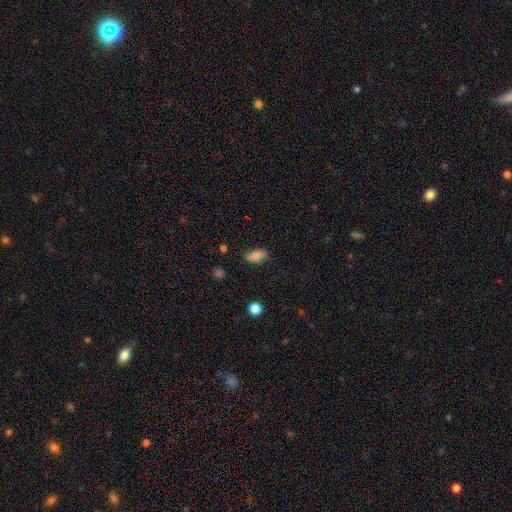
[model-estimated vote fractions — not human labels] A smooth galaxy with no disk features (78%) that is in between round and cigar-shaped (88%).

Vote fractions:
- Smooth or featured? smooth: 78% / featured or disk: 14% / star or artifact: 9%
- How rounded? in between: 88% / cigar-shaped: 8% / round: 4%
- Merging? none: 83% / minor disturbance: 13% / major disturbance: 3% / merger: 1%